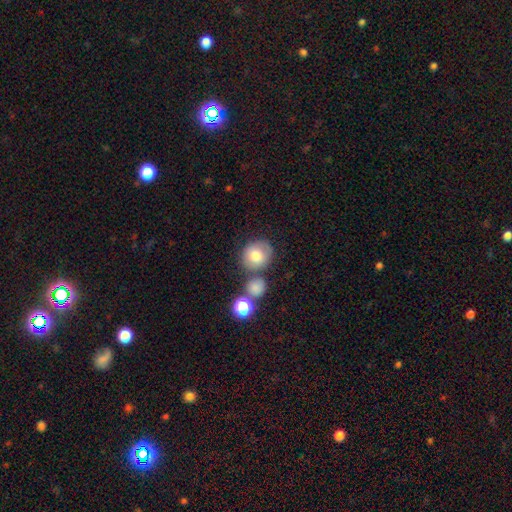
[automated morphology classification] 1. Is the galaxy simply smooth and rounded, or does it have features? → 77% smooth, 14% featured or disk, 9% star or artifact.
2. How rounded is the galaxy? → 80% round, 19% in between, 1% cigar-shaped.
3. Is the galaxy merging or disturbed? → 62% none, 19% merger, 14% minor disturbance, 5% major disturbance.